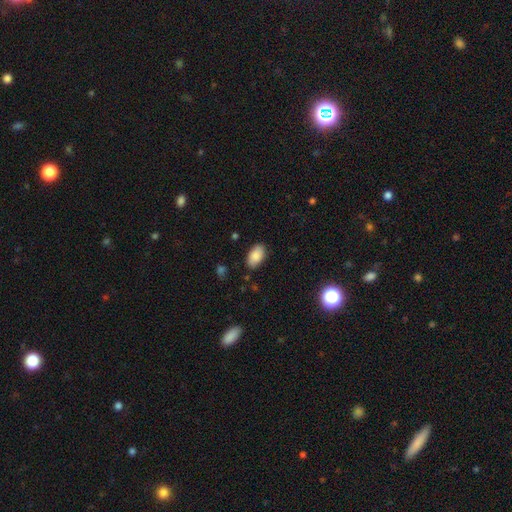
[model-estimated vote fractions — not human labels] This appears to be a smooth galaxy with no disk features (87%) that is in between round and cigar-shaped (94%). Merging: none (85%).